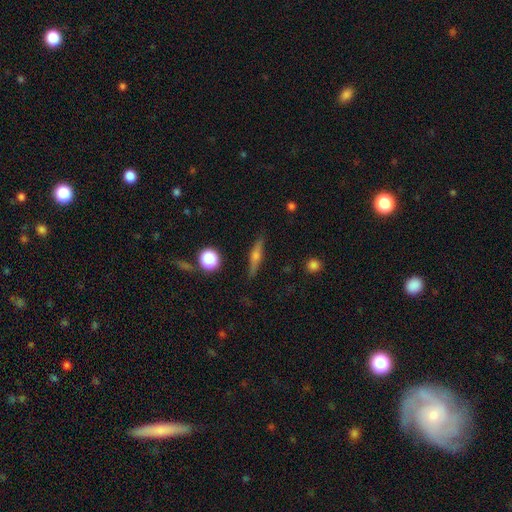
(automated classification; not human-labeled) Morphology: type=featured or disk (62%); edge-on=yes (95%); edge-on bulge=rounded (89%); merging=none (88%).